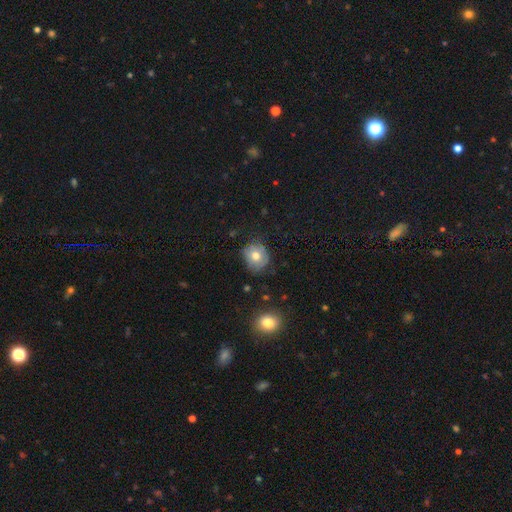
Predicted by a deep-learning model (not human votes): Q: Smooth or featured?
A: smooth (70%); runner-up: featured or disk (21%)
Q: How rounded?
A: round (79%); runner-up: in between (20%)
Q: Merging?
A: none (67%); runner-up: minor disturbance (24%)